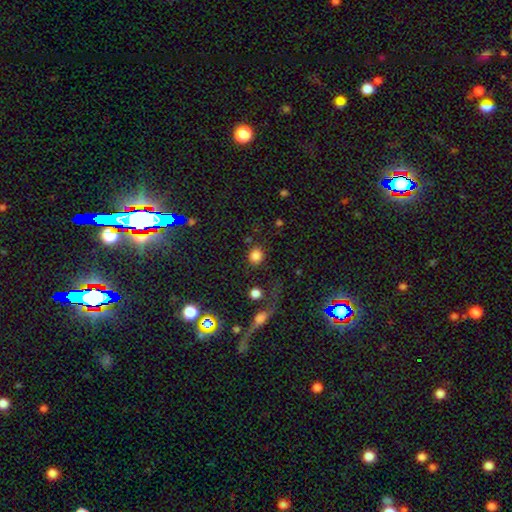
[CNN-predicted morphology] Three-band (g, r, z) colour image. It shows a smooth galaxy with no disk features (82%) that is round (80%). Merging: none (80%).